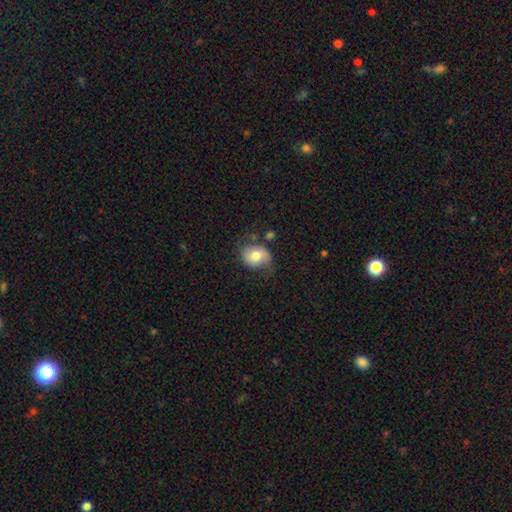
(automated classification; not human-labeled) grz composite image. It shows a smooth galaxy with no disk features (67%) that is in between round and cigar-shaped (50%). Merging: none (59%).